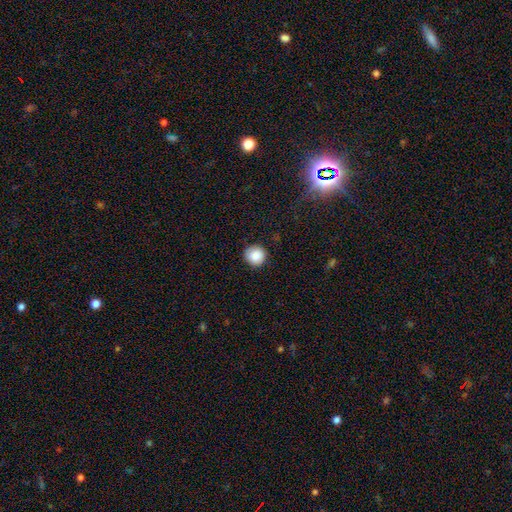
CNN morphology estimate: smooth_or_featured: smooth (p=0.88) [alt: star or artifact p=0.08]
how_rounded: round (p=0.95) [alt: in between p=0.04]
merging: none (p=0.89) [alt: minor disturbance p=0.08]